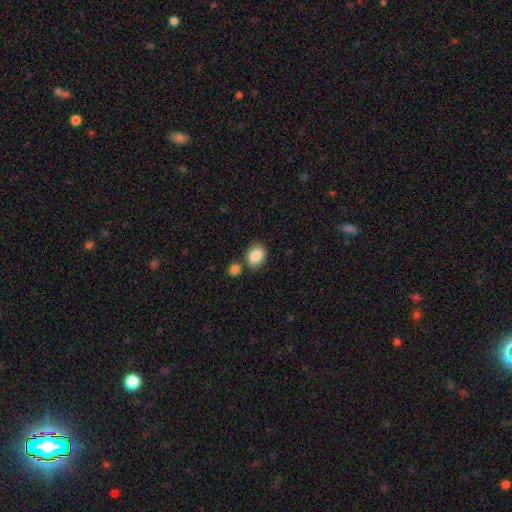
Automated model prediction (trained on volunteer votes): This appears to be a smooth galaxy with no disk features (86%) that is in between round and cigar-shaped (68%). Merging: none (72%).